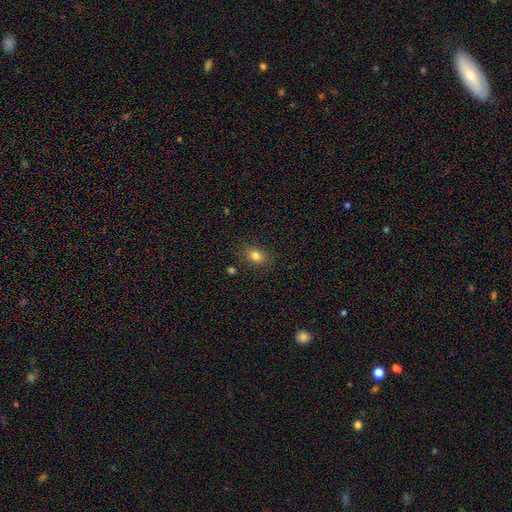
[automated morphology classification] A smooth galaxy with no disk features (80%) that is in between round and cigar-shaped (70%).

Vote fractions:
- Smooth or featured? smooth: 80% / star or artifact: 11% / featured or disk: 9%
- How rounded? in between: 70% / round: 29% / cigar-shaped: 2%
- Merging? none: 83% / minor disturbance: 12% / major disturbance: 3% / merger: 2%